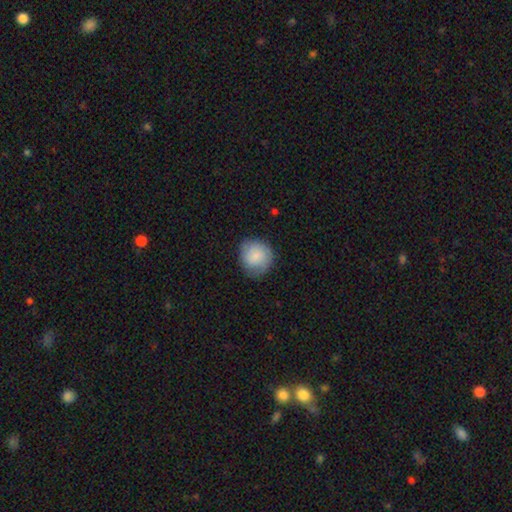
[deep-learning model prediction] Smooth or featured? Predicted: smooth (p=0.82). How rounded? Predicted: round (p=0.85). Merging? Predicted: none (p=0.74).